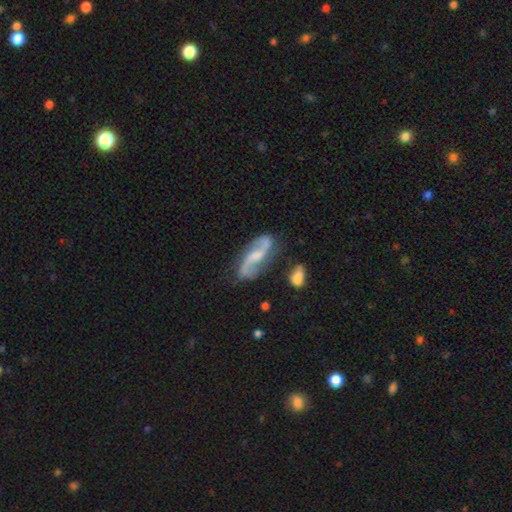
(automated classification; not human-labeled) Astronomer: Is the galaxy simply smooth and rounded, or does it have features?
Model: featured or disk — 83%.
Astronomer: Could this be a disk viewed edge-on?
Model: no — 95%.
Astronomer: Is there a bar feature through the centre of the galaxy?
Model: weak — 45% (runner-up: no, 36%).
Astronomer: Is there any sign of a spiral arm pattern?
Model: yes — 95%.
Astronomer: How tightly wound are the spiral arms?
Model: loose — 62%.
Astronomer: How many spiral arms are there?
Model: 2 — 92%.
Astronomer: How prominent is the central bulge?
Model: small — 40% (runner-up: moderate, 32%).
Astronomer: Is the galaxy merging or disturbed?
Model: none — 70%.